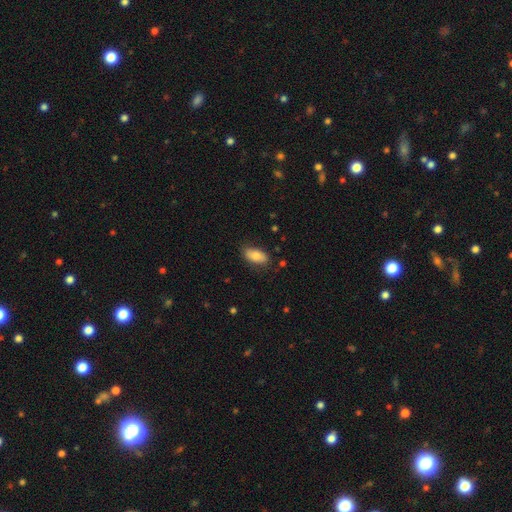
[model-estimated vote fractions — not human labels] smooth 79%, featured or disk 14%, star or artifact 7%. Down the decision tree: how rounded — in between (92%); merging — none (81%).